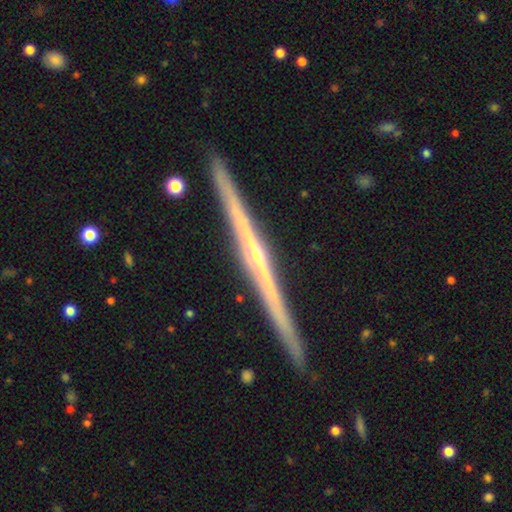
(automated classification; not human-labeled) Smooth or featured? Predicted: featured or disk (p=0.87). Edge-on disk? Predicted: yes (p=0.99). Edge-on bulge? Predicted: rounded (p=0.67). Merging? Predicted: none (p=0.93).